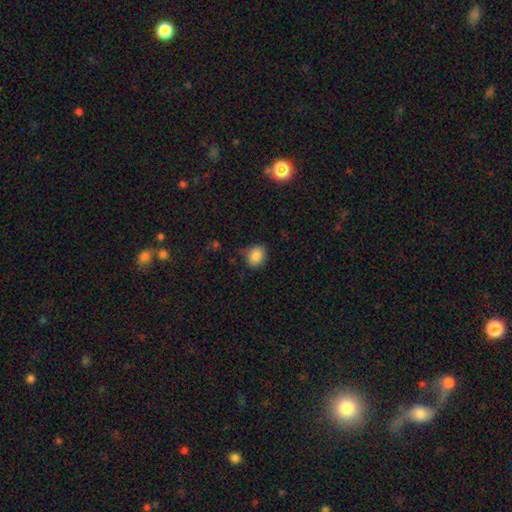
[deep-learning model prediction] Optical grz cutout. It shows a smooth galaxy with no disk features (85%) that is round (70%). Merging: none (74%).